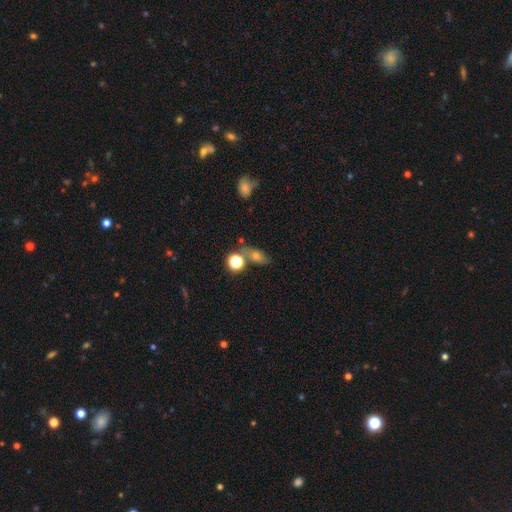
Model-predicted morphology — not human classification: Smooth or featured? Predicted: smooth (p=0.64). How rounded? Predicted: in between (p=0.67). Merging? Predicted: none (p=0.62).